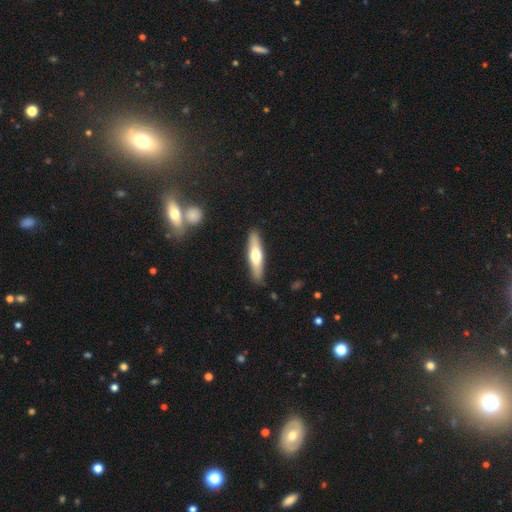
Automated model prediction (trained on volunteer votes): smooth 54%, featured or disk 41%, star or artifact 5%. Down the decision tree: how rounded — cigar-shaped (76%); merging — none (89%).